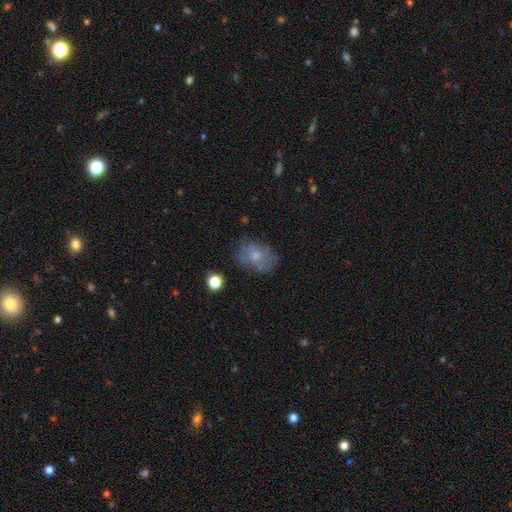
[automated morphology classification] smooth 60%, featured or disk 30%, star or artifact 10%. Down the decision tree: how rounded — in between (67%); merging — none (60%).